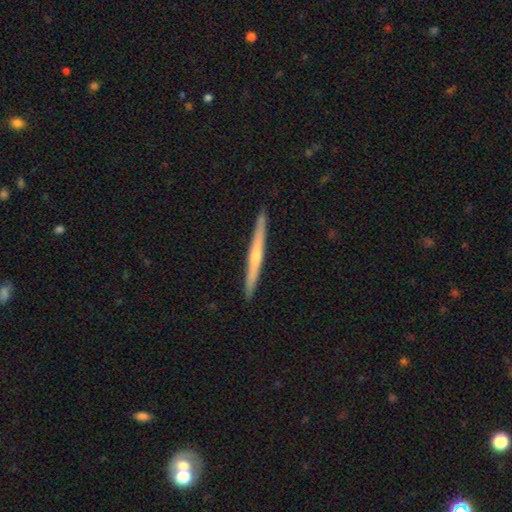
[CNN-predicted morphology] This appears to be a featured or disk galaxy (61%) viewed edge-on (98%) with a rounded central bulge (54%). Merging: none (93%).